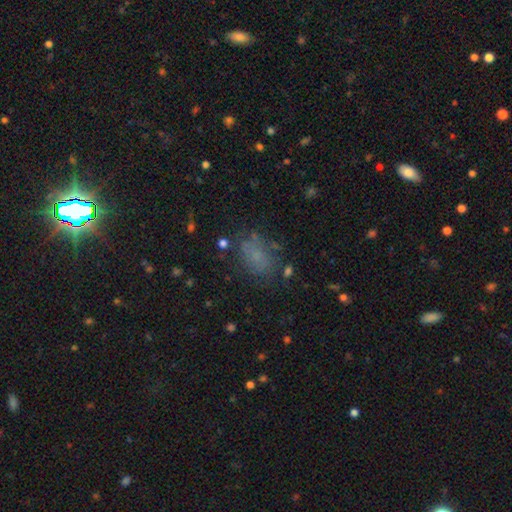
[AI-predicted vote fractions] Smooth or featured? Predicted: smooth (p=0.68). How rounded? Predicted: in between (p=0.82). Merging? Predicted: none (p=0.65).